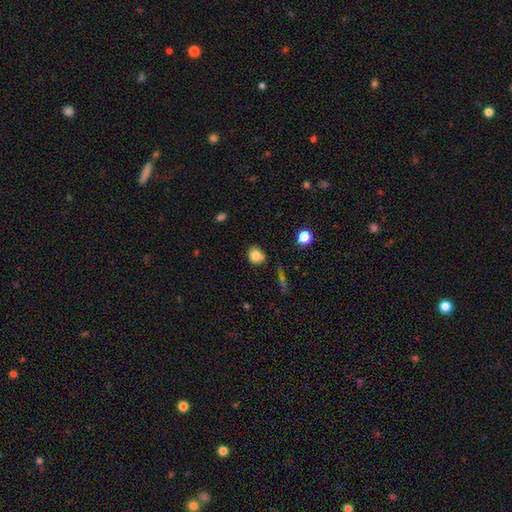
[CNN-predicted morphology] Smooth or featured? Predicted: smooth (p=0.80). How rounded? Predicted: round (p=0.66). Merging? Predicted: none (p=0.70).